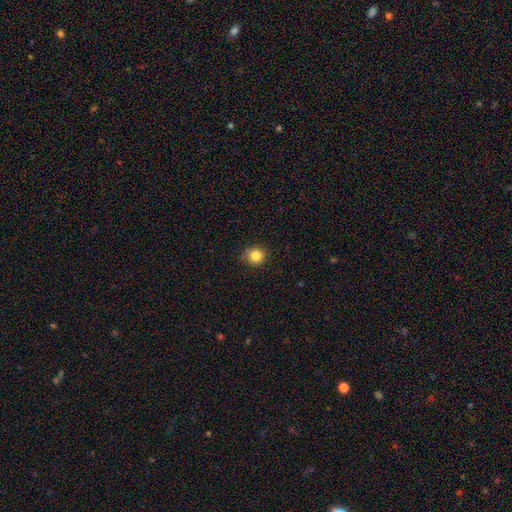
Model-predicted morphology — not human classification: A smooth galaxy with no disk features (84%) that is round (85%).

Vote fractions:
- Smooth or featured? smooth: 84% / star or artifact: 10% / featured or disk: 5%
- How rounded? round: 85% / in between: 14% / cigar-shaped: 1%
- Merging? none: 80% / minor disturbance: 16% / major disturbance: 3% / merger: 1%